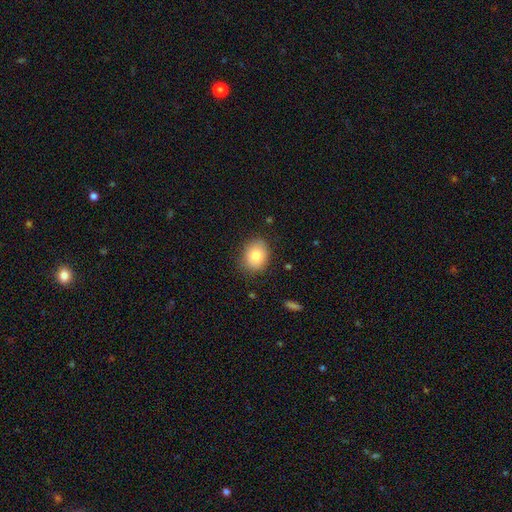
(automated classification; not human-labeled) This is clearly a smooth galaxy (82%). How rounded: possibly in between (56%). Merging: clearly none (82%).